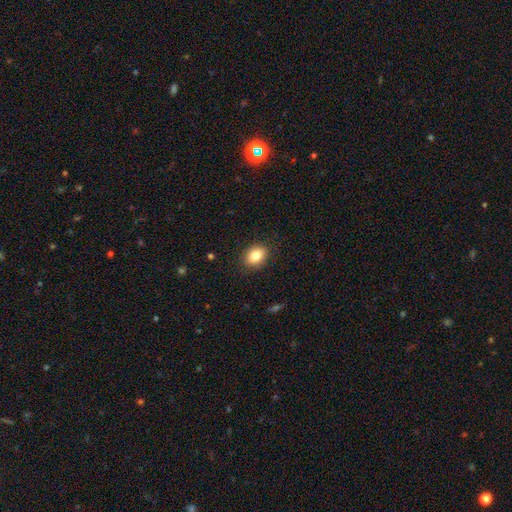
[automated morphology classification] Q: Smooth or featured?
A: smooth (83%); runner-up: star or artifact (9%)
Q: How rounded?
A: in between (69%); runner-up: round (29%)
Q: Merging?
A: none (88%); runner-up: minor disturbance (9%)